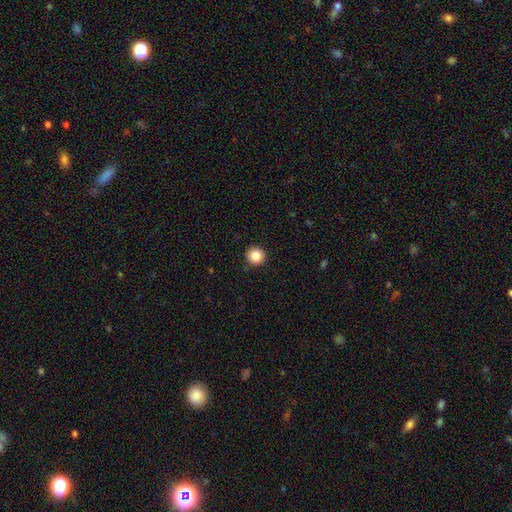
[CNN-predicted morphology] smooth 86%, star or artifact 10%, featured or disk 5%. Down the decision tree: how rounded — round (94%); merging — none (92%).